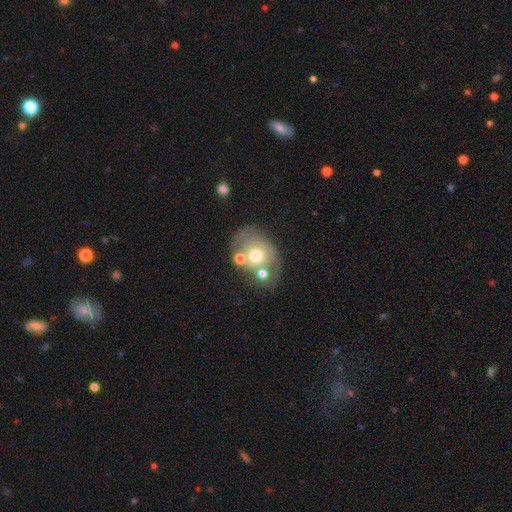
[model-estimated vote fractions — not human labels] Smooth or featured? smooth (51%)
How rounded? round (53%)
Merging? none (43%)